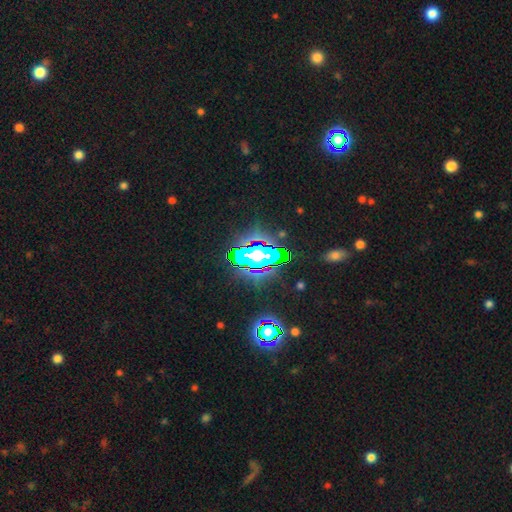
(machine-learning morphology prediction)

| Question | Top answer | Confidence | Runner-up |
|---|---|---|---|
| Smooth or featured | star or artifact | 84% | smooth (9%) |